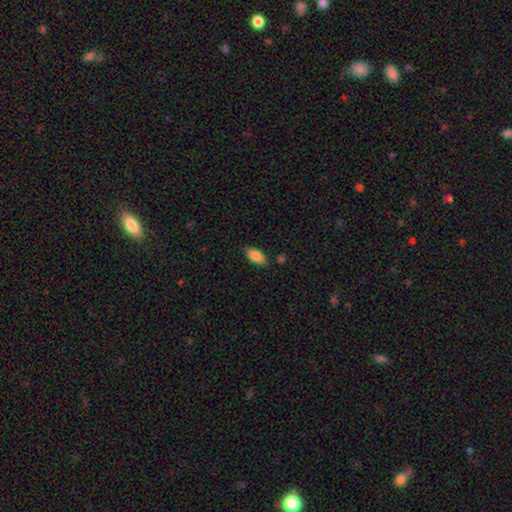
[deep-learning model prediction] Smooth or featured: smooth — 84% (featured or disk — 9%)
How rounded: in between — 89% (cigar-shaped — 9%)
Merging: none — 80% (minor disturbance — 15%)